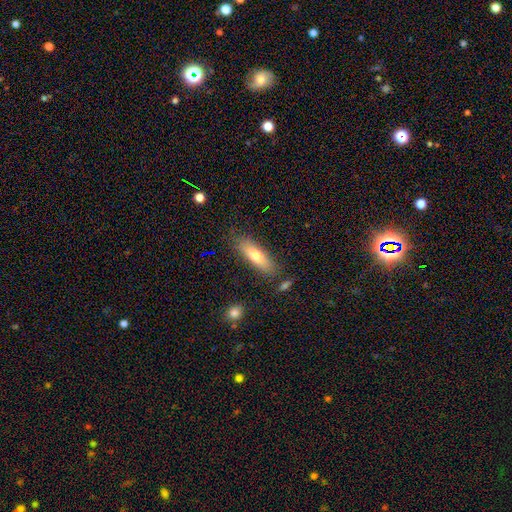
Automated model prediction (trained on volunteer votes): smooth-or-featured: smooth: 67% | featured or disk: 26% | star or artifact: 7%
  how-rounded: cigar-shaped: 53% | in between: 44% | round: 2%
  merging: none: 79% | minor disturbance: 14% | major disturbance: 4% | merger: 3%